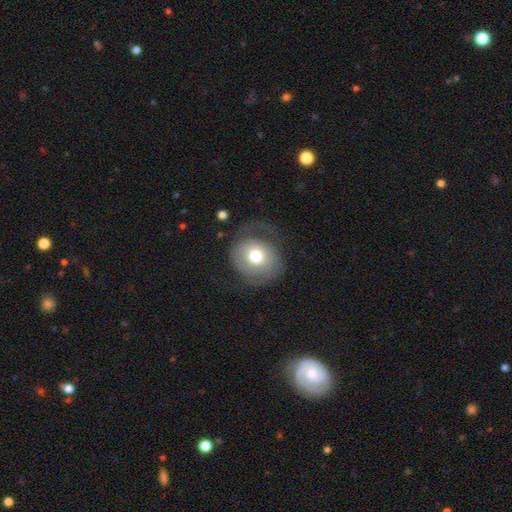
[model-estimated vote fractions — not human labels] smooth 59%, featured or disk 34%, star or artifact 8%. Down the decision tree: how rounded — round (77%); merging — none (46%).